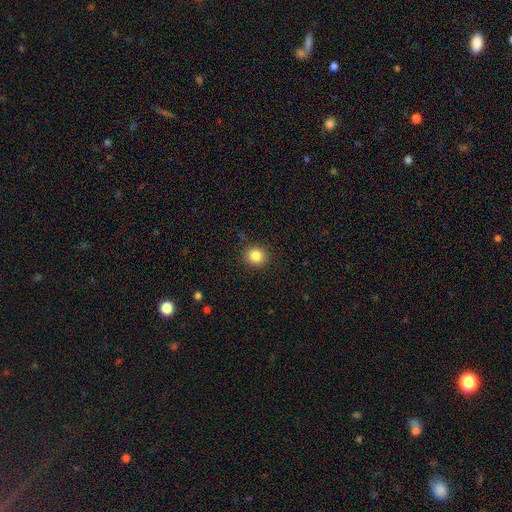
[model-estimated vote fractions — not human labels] smooth 84%, star or artifact 11%, featured or disk 5%. Down the decision tree: how rounded — round (86%); merging — none (90%).